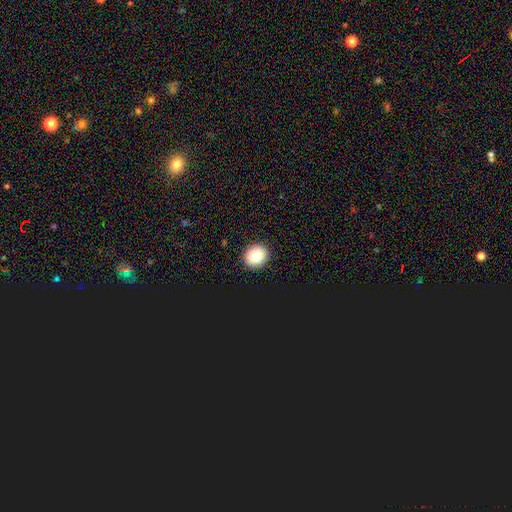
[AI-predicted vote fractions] Overall: smooth (82%). How rounded: round (79%). Merging: none (92%).